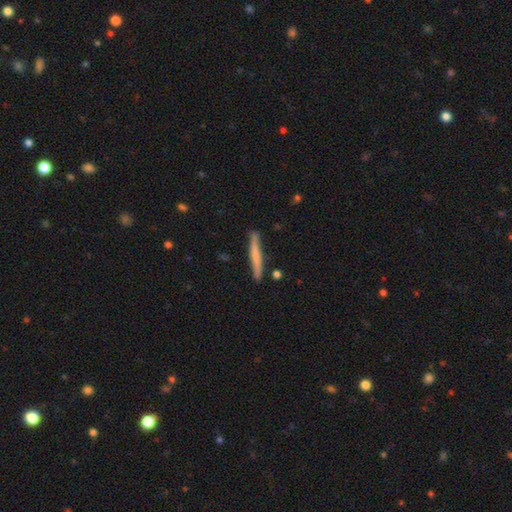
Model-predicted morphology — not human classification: The model was most divided on "smooth or featured": smooth: 57%, featured or disk: 37%, star or artifact: 5%. More confident: how rounded — cigar-shaped (96%); merging — none (84%).